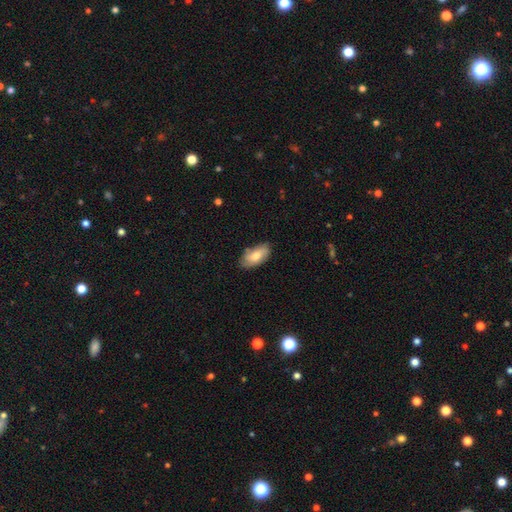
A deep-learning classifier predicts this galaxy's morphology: Q: Smooth or featured?
A: smooth (74%); runner-up: featured or disk (19%)
Q: How rounded?
A: in between (92%); runner-up: cigar-shaped (5%)
Q: Merging?
A: none (76%); runner-up: minor disturbance (19%)